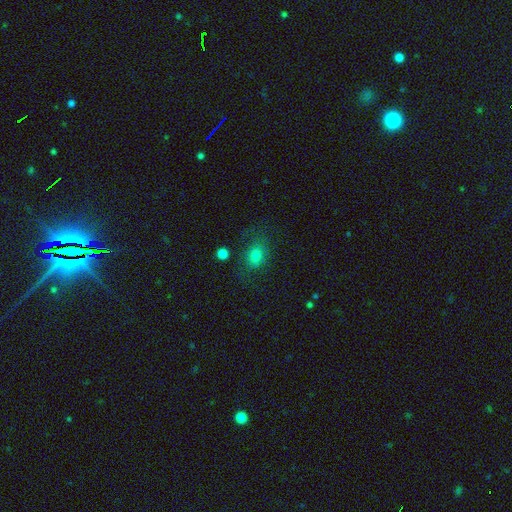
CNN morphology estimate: This appears to be a smooth galaxy with no disk features (76%) that is in between round and cigar-shaped (68%). Merging: none (65%).